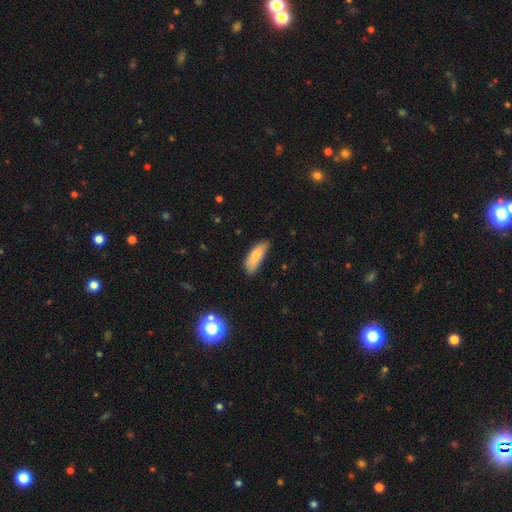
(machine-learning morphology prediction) This is likely a smooth galaxy (78%). How rounded: possibly in between (58%). Merging: likely none (64%).